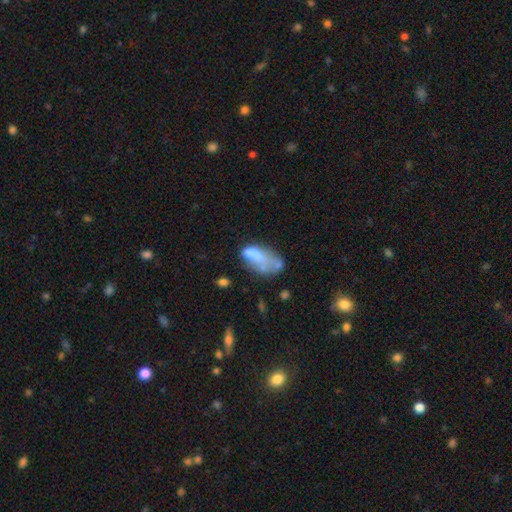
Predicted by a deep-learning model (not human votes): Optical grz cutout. It shows a smooth galaxy with no disk features (56%) that is in between round and cigar-shaped (90%). Merging: major disturbance (28%).